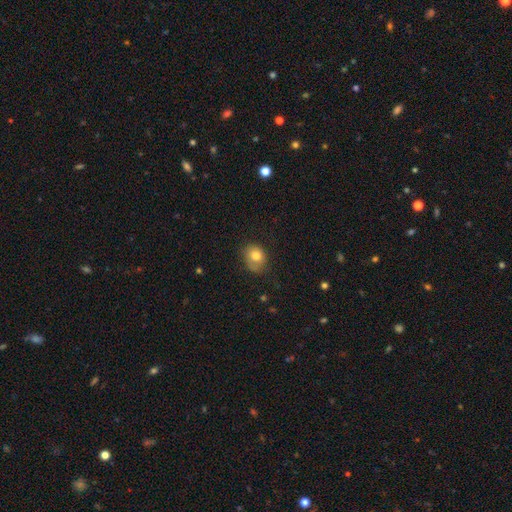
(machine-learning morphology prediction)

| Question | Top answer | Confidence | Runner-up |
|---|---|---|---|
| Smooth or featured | smooth | 78% | featured or disk (13%) |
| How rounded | round | 55% | in between (44%) |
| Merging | none | 57% | minor disturbance (29%) |